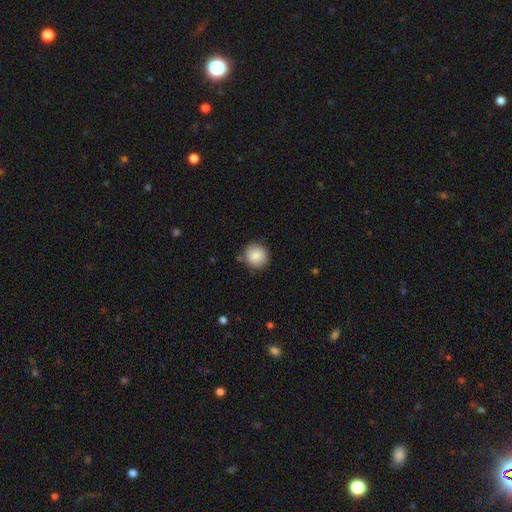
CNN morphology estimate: A smooth galaxy with no disk features (87%) that is round (92%).

Vote fractions:
- Smooth or featured? smooth: 87% / star or artifact: 8% / featured or disk: 5%
- How rounded? round: 92% / in between: 7% / cigar-shaped: 1%
- Merging? none: 84% / minor disturbance: 11% / major disturbance: 3% / merger: 2%